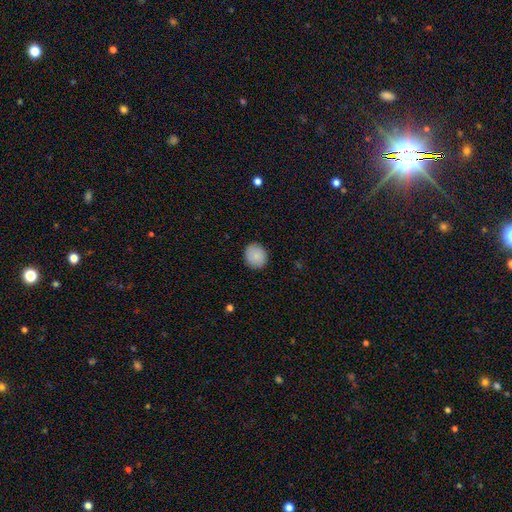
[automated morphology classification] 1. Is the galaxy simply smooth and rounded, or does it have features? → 86% smooth, 7% star or artifact, 7% featured or disk.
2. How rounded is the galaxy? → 79% round, 20% in between, 1% cigar-shaped.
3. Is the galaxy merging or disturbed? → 88% none, 9% minor disturbance, 2% major disturbance, 1% merger.